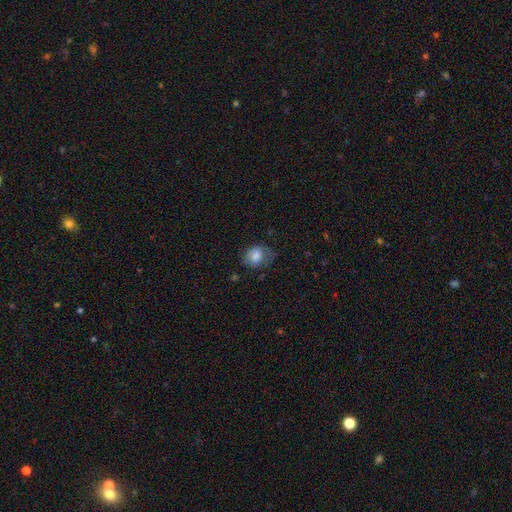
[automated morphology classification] smooth-or-featured: smooth: 74% | featured or disk: 18% | star or artifact: 8%
  how-rounded: in between: 57% | round: 43% | cigar-shaped: 1%
  merging: none: 45% | minor disturbance: 32% | major disturbance: 22% | merger: 2%